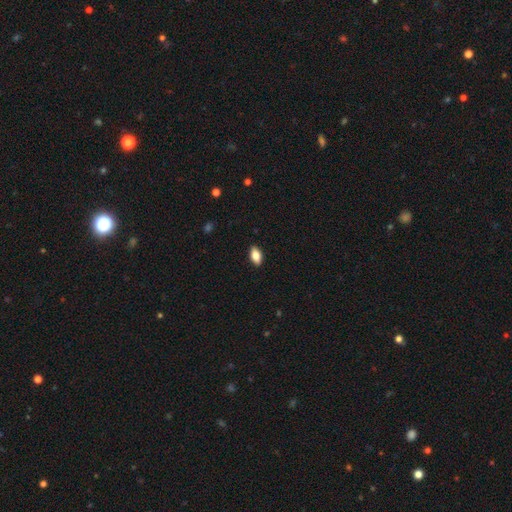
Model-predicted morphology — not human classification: smooth-or-featured: smooth: 79% | featured or disk: 14% | star or artifact: 7%
  how-rounded: in between: 89% | cigar-shaped: 7% | round: 4%
  merging: none: 89% | minor disturbance: 8% | major disturbance: 2% | merger: 1%